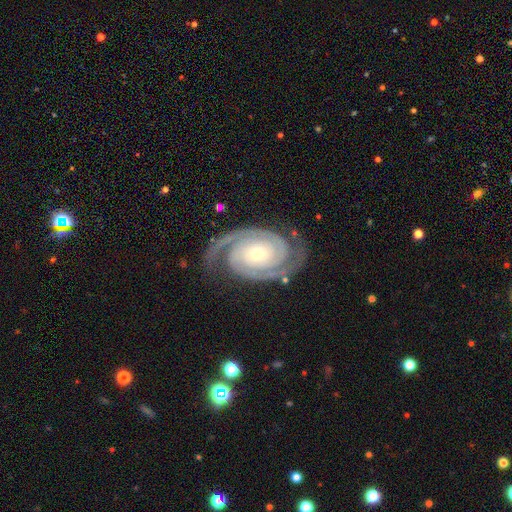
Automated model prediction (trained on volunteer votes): Smooth or featured? featured or disk (93%)
Edge-on disk? no (97%)
Bar? no (68%)
Spiral arms? yes (99%)
Spiral winding? tight (77%)
Spiral arm count? 2 (87%)
Bulge size? small (59%)
Merging? none (82%)